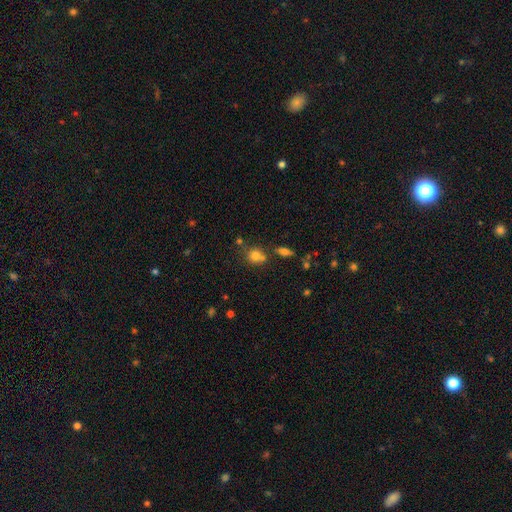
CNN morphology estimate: The model was most divided on "merging": none: 57%, merger: 23%, minor disturbance: 15%, major disturbance: 6%. More confident: smooth or featured — smooth (77%); how rounded — round (71%).